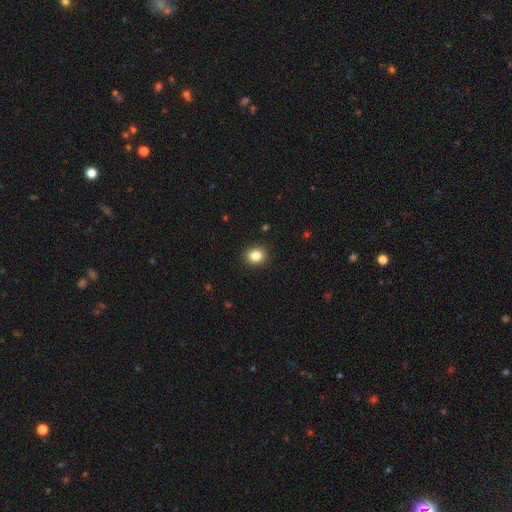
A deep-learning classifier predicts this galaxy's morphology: type=smooth (83%); roundness=round (79%); merging=none (92%).